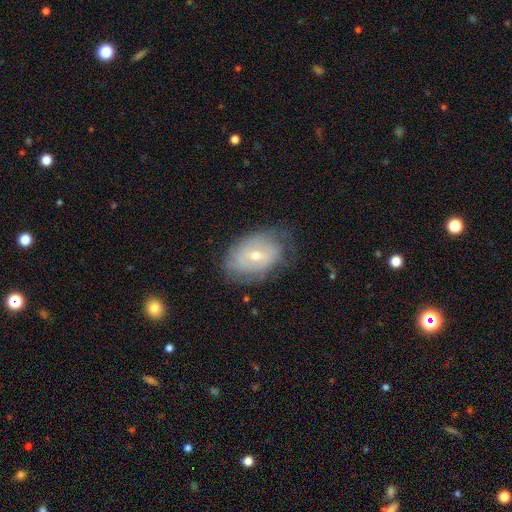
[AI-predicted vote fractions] A featured or disk galaxy (61%) with a weak bar (44%), spiral arms (68%) and a small central bulge (50%).

Vote fractions:
- Smooth or featured? featured or disk: 61% / smooth: 31% / star or artifact: 8%
- Edge-on disk? no: 94% / yes: 6%
- Bar? weak: 44% / no: 43% / strong: 13%
- Spiral arms? yes: 68% / no: 32%
- Bulge size? small: 50% / moderate: 47% / large: 2% / none: 1% / dominant: 1%
- Merging? none: 67% / minor disturbance: 23% / major disturbance: 9% / merger: 1%